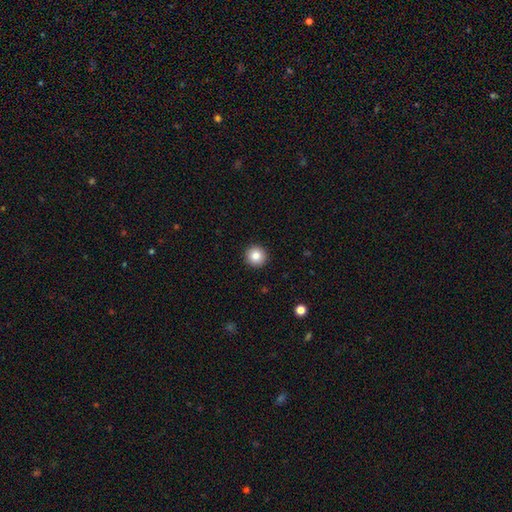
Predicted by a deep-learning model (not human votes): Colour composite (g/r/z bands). It shows a smooth galaxy with no disk features (83%) that is round (96%). Merging: none (93%).